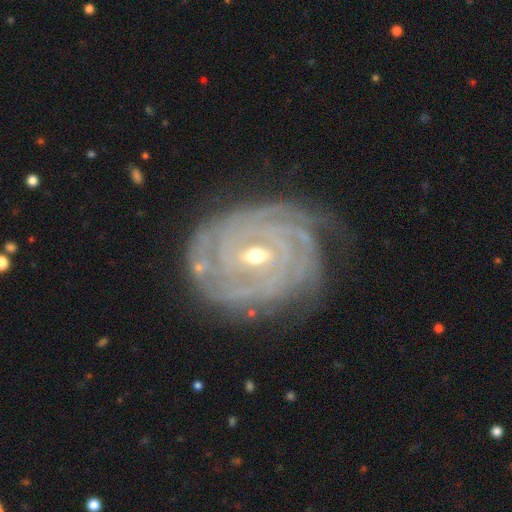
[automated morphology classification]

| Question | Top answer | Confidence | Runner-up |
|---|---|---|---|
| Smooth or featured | featured or disk | 90% | star or artifact (5%) |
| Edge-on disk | no | 97% | yes (3%) |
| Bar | weak | 43% | no (33%) |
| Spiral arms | yes | 98% | no (2%) |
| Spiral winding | tight | 87% | medium (11%) |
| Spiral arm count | can't tell | 26% | 4 (22%) |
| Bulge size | moderate | 49% | small (48%) |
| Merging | none | 74% | minor disturbance (18%) |